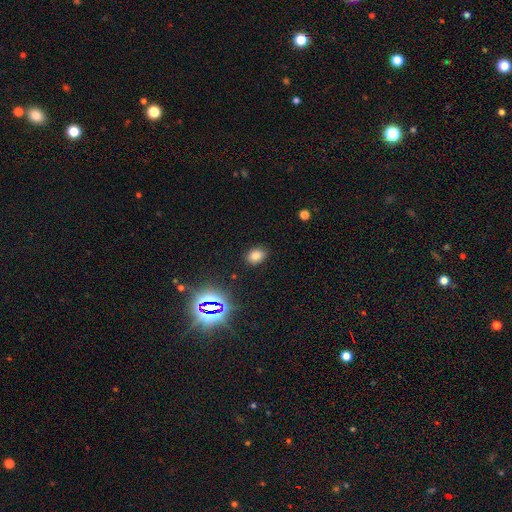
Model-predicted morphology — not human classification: A smooth galaxy with no disk features (76%) that is in between round and cigar-shaped (69%).

Vote fractions:
- Smooth or featured? smooth: 76% / star or artifact: 18% / featured or disk: 6%
- How rounded? in between: 69% / round: 30% / cigar-shaped: 1%
- Merging? none: 86% / minor disturbance: 10% / major disturbance: 3% / merger: 1%